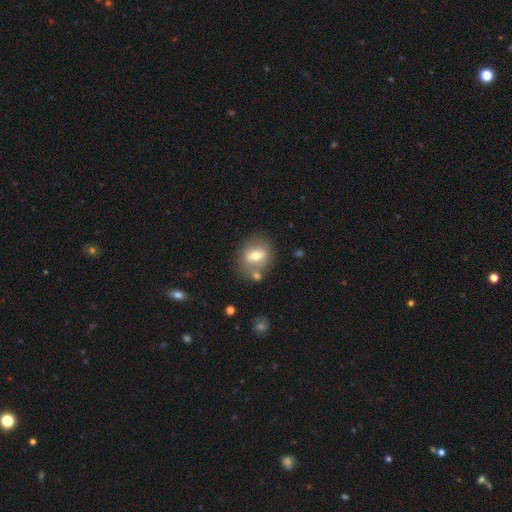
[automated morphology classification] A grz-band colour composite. It shows a smooth galaxy with no disk features (62%) that is round (65%). Merging: none (67%).